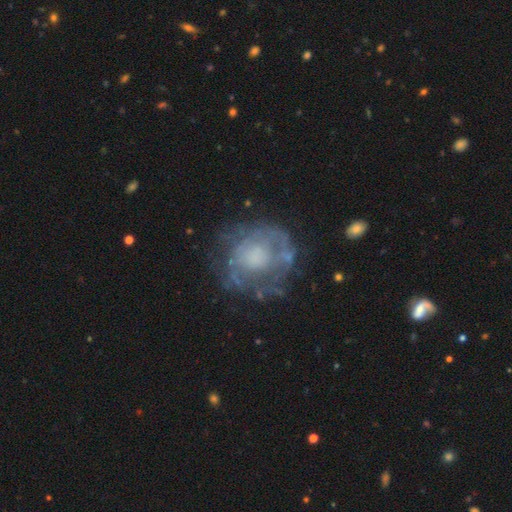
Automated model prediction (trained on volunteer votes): Q: Smooth or featured?
A: featured or disk (68%); runner-up: smooth (22%)
Q: Edge-on disk?
A: no (97%); runner-up: yes (3%)
Q: Bar?
A: no (84%); runner-up: weak (14%)
Q: Spiral arms?
A: yes (52%); runner-up: no (48%)
Q: Bulge size?
A: moderate (32%); runner-up: none (27%)
Q: Merging?
A: none (65%); runner-up: minor disturbance (19%)